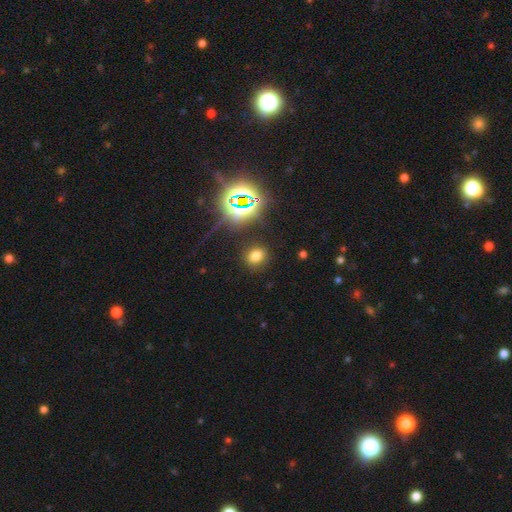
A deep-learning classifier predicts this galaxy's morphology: Smooth or featured? Predicted: smooth (p=0.68). How rounded? Predicted: round (p=0.53). Merging? Predicted: none (p=0.87).